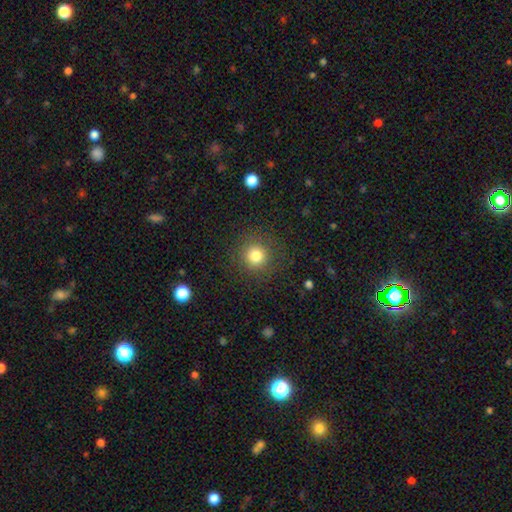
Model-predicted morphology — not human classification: Smooth or featured? smooth (81%)
How rounded? round (94%)
Merging? none (89%)